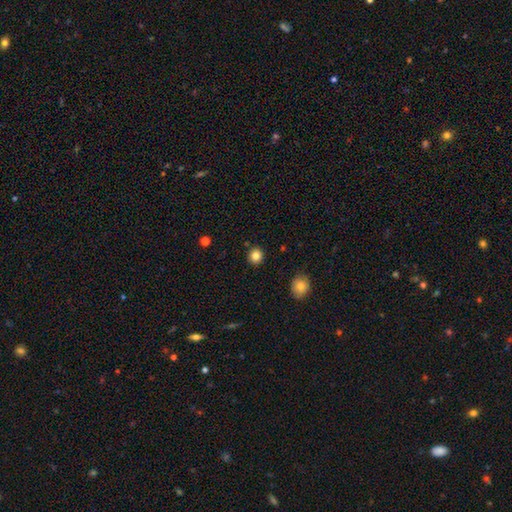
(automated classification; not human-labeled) This is clearly a smooth galaxy (84%). How rounded: clearly round (89%). Merging: clearly none (91%).